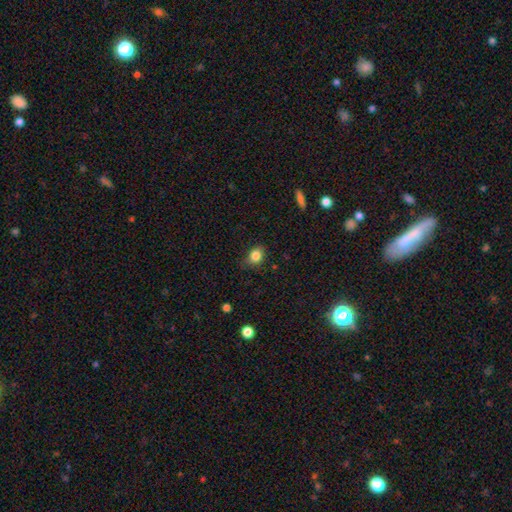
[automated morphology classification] smooth-or-featured: smooth: 83% | star or artifact: 10% | featured or disk: 6%
  how-rounded: in between: 50% | round: 49% | cigar-shaped: 1%
  merging: none: 73% | minor disturbance: 22% | major disturbance: 4% | merger: 1%